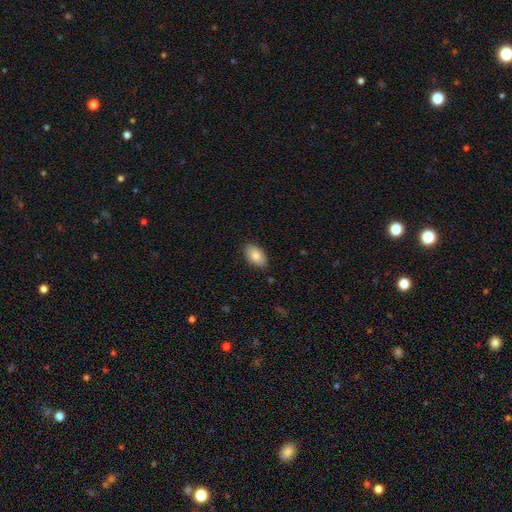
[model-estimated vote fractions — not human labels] The model was most divided on "merging": none: 85%, minor disturbance: 11%, major disturbance: 2%, merger: 1%. More confident: how rounded — in between (94%); smooth or featured — smooth (84%).